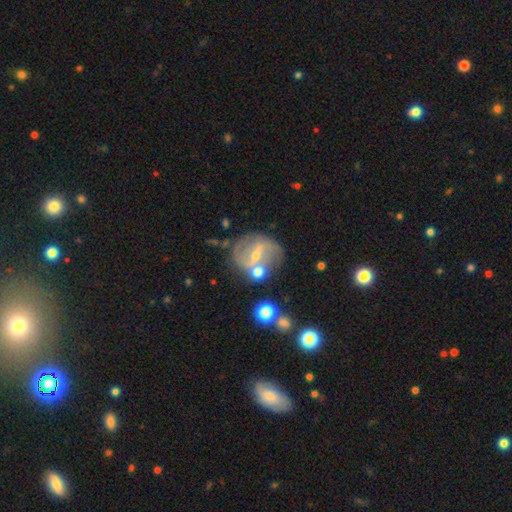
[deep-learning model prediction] Overall: featured or disk (73%). Edge-on disk: no (96%). Bar: strong (43%; weak 42%). Spiral arms: yes (78%). Spiral arm count: 2 (76%). Spiral winding: medium (42%; loose 36%). Bulge size: small (61%; moderate 31%). Merging: none (60%).